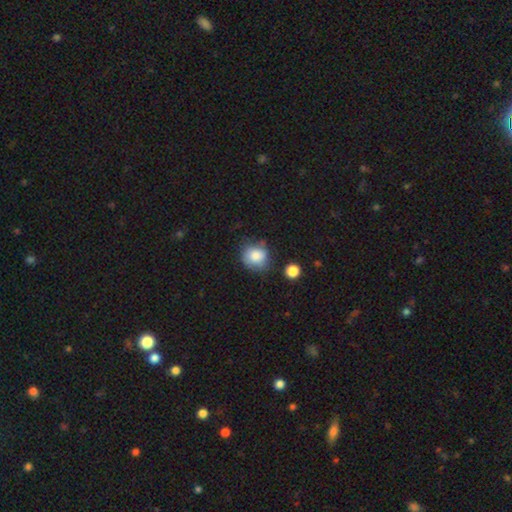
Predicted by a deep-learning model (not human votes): smooth-or-featured: smooth: 81% | featured or disk: 10% | star or artifact: 9%
  how-rounded: round: 78% | in between: 21% | cigar-shaped: 1%
  merging: none: 64% | minor disturbance: 24% | major disturbance: 7% | merger: 5%